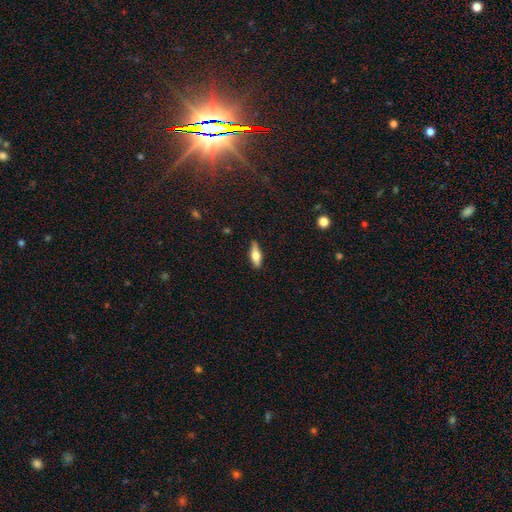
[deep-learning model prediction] Smooth or featured?
  - smooth: 55% *
  - featured or disk: 39%
  - star or artifact: 7%
How rounded?
  - in between: 59% *
  - cigar-shaped: 38%
  - round: 3%
Merging?
  - none: 85% *
  - minor disturbance: 11%
  - major disturbance: 2%
  - merger: 1%